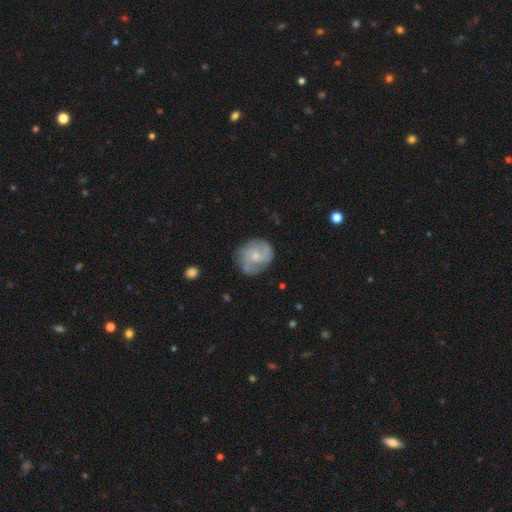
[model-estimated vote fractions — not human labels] Smooth or featured?
  - featured or disk: 59% *
  - smooth: 34%
  - star or artifact: 7%
Edge-on disk?
  - no: 97% *
  - yes: 3%
Bar?
  - no: 75% *
  - weak: 22%
  - strong: 3%
Spiral arms?
  - yes: 79% *
  - no: 21%
Bulge size?
  - small: 58% *
  - moderate: 37%
  - none: 3%
  - large: 2%
  - dominant: 1%
Merging?
  - none: 67% *
  - minor disturbance: 23%
  - major disturbance: 8%
  - merger: 2%